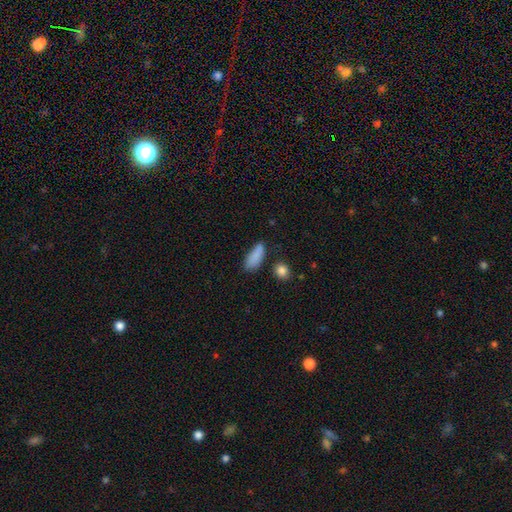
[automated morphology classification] Smooth or featured?
  - smooth: 85% *
  - star or artifact: 8%
  - featured or disk: 7%
How rounded?
  - in between: 74% *
  - cigar-shaped: 23%
  - round: 3%
Merging?
  - none: 59% *
  - minor disturbance: 27%
  - major disturbance: 8%
  - merger: 7%